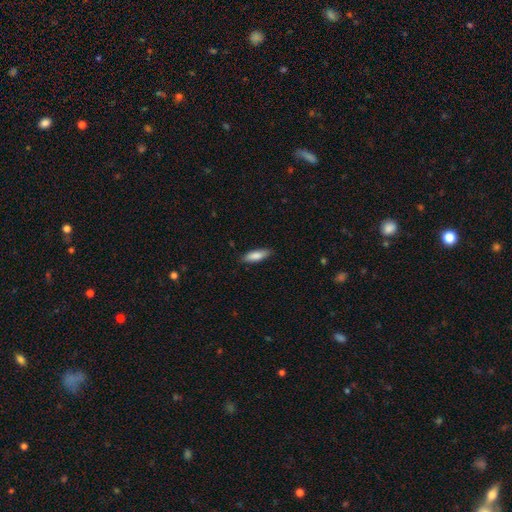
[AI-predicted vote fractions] A smooth galaxy with no disk features (84%) that is in between round and cigar-shaped (50%). Merging: none (86%).